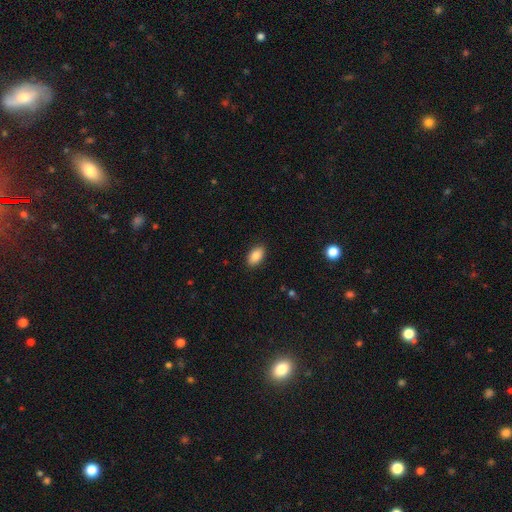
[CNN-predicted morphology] smooth-or-featured: smooth: 86% | star or artifact: 7% | featured or disk: 6%
  how-rounded: in between: 93% | round: 4% | cigar-shaped: 3%
  merging: none: 89% | minor disturbance: 8% | major disturbance: 2% | merger: 1%